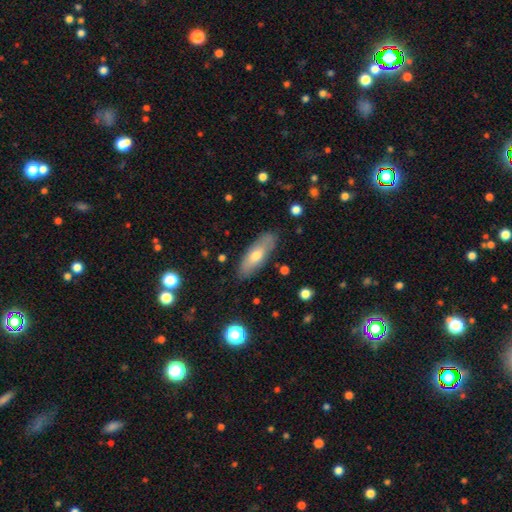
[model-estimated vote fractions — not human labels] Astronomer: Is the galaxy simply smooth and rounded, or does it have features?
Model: smooth — 61%.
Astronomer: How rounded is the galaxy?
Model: in between — 60% (runner-up: cigar-shaped, 37%).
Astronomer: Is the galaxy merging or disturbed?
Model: none — 84%.